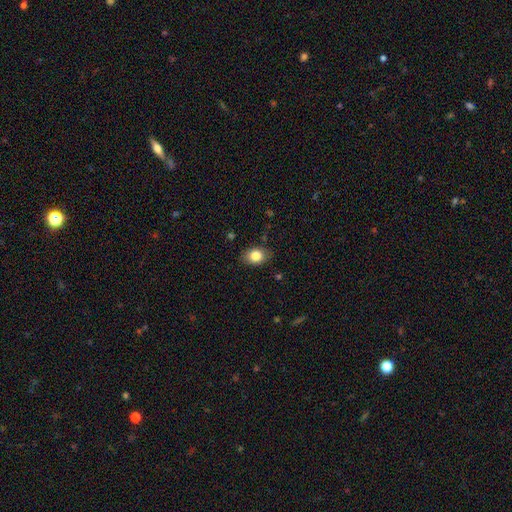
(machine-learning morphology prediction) Overall: smooth (83%). How rounded: in between (70%). Merging: none (82%).